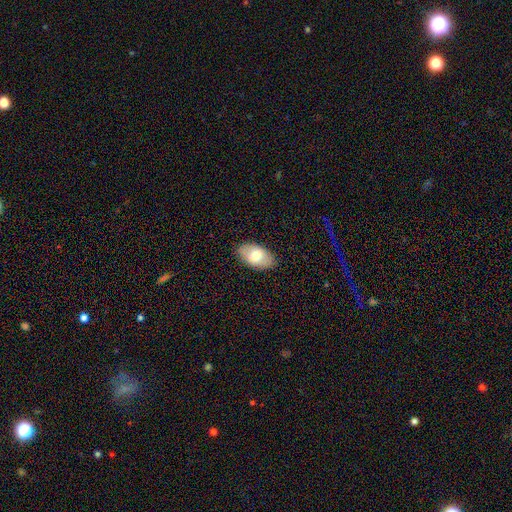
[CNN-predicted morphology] The model was most divided on "smooth or featured": smooth: 71%, featured or disk: 22%, star or artifact: 6%. More confident: how rounded — in between (94%); merging — none (86%).